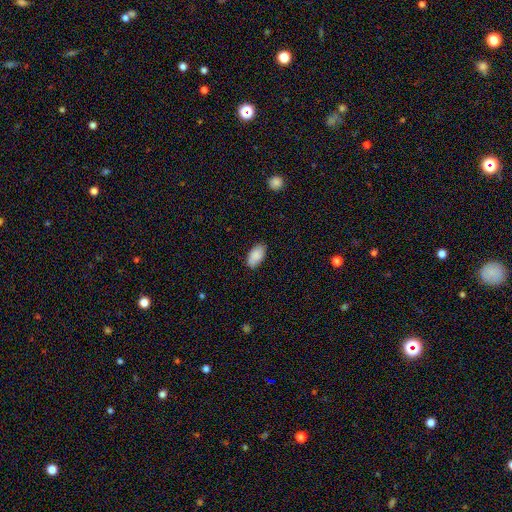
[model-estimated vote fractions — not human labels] Morphology: type=smooth (88%); roundness=in between (95%); merging=none (84%).